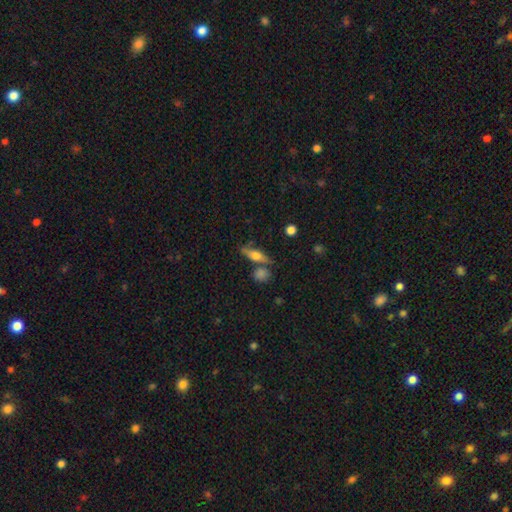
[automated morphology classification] The model was most divided on "smooth or featured": smooth: 50%, featured or disk: 42%, star or artifact: 8%. More confident: merging — none (69%); how rounded — cigar-shaped (57%).